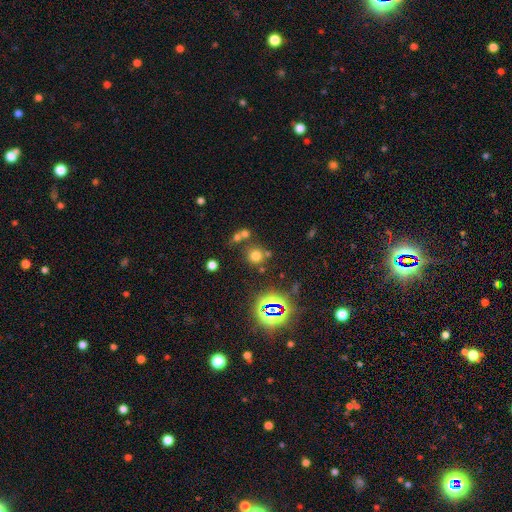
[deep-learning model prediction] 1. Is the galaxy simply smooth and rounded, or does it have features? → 60% smooth, 30% star or artifact, 9% featured or disk.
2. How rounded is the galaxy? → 89% round, 9% in between, 1% cigar-shaped.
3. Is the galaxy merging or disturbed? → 67% none, 20% merger, 9% minor disturbance, 4% major disturbance.